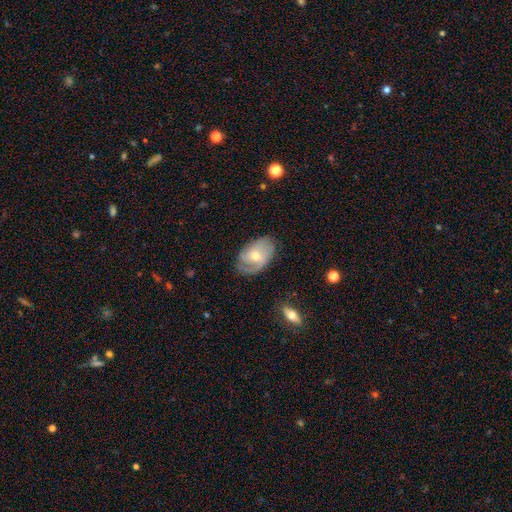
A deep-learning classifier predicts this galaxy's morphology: Smooth or featured?
  - featured or disk: 70% *
  - smooth: 23%
  - star or artifact: 6%
Edge-on disk?
  - no: 95% *
  - yes: 5%
Bar?
  - no: 63% *
  - weak: 31%
  - strong: 6%
Spiral arms?
  - yes: 89% *
  - no: 11%
Spiral winding?
  - tight: 42% *
  - medium: 39%
  - loose: 19%
Spiral arm count?
  - 2: 39% *
  - can't tell: 25%
  - 1: 18%
  - 3: 12%
  - 4: 3%
  - more than 4: 2%
Bulge size?
  - moderate: 56% *
  - small: 40%
  - large: 2%
  - none: 1%
  - dominant: 1%
Merging?
  - none: 69% *
  - minor disturbance: 21%
  - major disturbance: 8%
  - merger: 1%